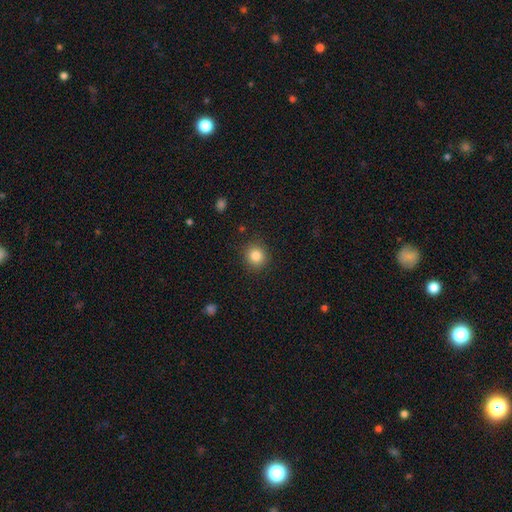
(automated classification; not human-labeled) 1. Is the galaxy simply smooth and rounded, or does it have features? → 85% smooth, 10% star or artifact, 5% featured or disk.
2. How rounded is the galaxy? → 89% round, 10% in between, 1% cigar-shaped.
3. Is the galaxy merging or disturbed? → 89% none, 8% minor disturbance, 3% major disturbance, 1% merger.